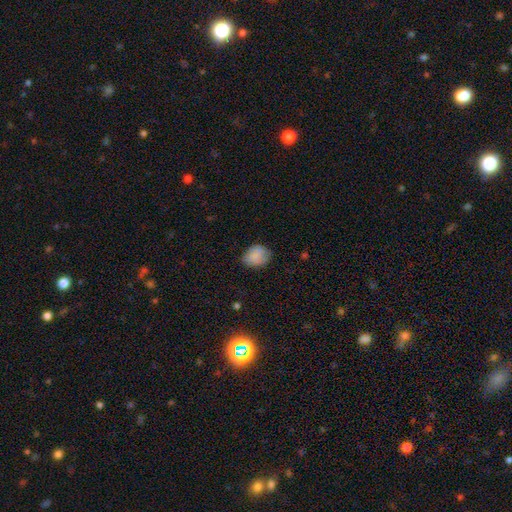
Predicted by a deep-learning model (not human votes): Q: Smooth or featured?
A: smooth (84%); runner-up: featured or disk (8%)
Q: How rounded?
A: in between (50%); runner-up: round (49%)
Q: Merging?
A: none (73%); runner-up: minor disturbance (21%)